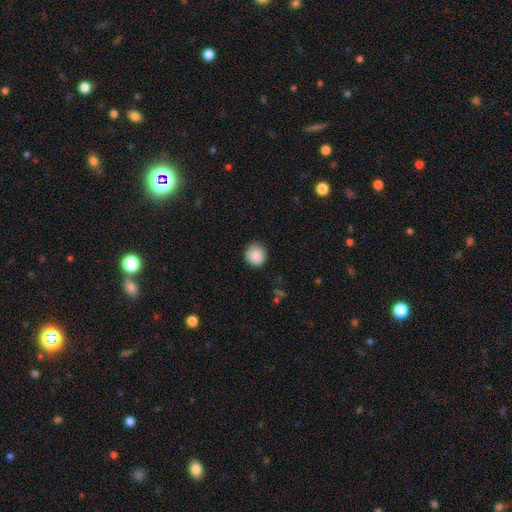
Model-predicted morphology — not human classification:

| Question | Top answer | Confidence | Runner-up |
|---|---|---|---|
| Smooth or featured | smooth | 88% | star or artifact (8%) |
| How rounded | round | 88% | in between (11%) |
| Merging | none | 84% | minor disturbance (12%) |